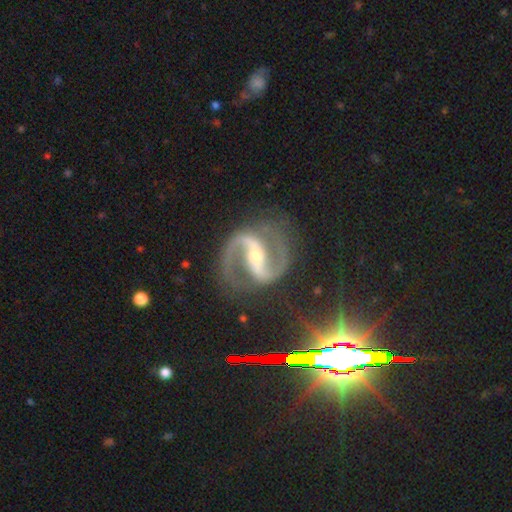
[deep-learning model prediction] featured or disk 90%, star or artifact 7%, smooth 2%. Down the decision tree: edge-on disk — no (97%); bar — strong (72%); spiral arms — yes (98%); spiral arm count — 2 (95%); spiral winding — medium (64%); bulge size — small (57%); merging — none (82%).